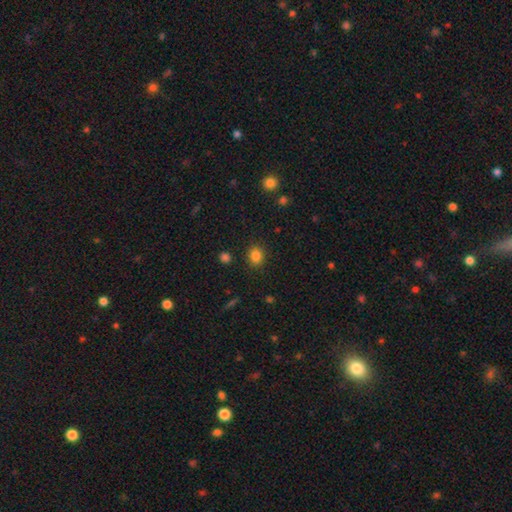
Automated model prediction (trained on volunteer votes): Smooth or featured?
  - smooth: 84% *
  - star or artifact: 12%
  - featured or disk: 5%
How rounded?
  - round: 67% *
  - in between: 32%
  - cigar-shaped: 1%
Merging?
  - none: 88% *
  - minor disturbance: 8%
  - major disturbance: 3%
  - merger: 2%